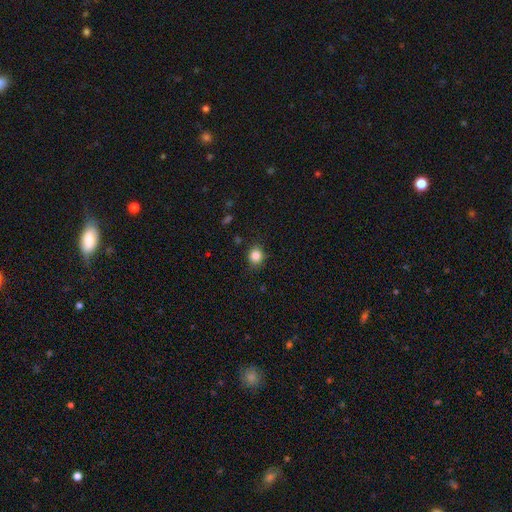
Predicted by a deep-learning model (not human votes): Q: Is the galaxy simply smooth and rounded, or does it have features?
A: smooth — 84%.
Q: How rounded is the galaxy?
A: round — 77%.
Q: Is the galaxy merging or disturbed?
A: none — 85%.